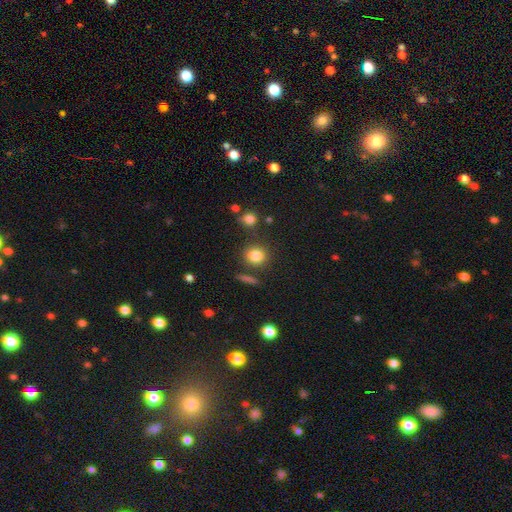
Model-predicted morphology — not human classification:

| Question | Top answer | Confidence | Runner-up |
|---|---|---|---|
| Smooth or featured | smooth | 82% | star or artifact (11%) |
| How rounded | round | 80% | in between (18%) |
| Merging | none | 81% | minor disturbance (10%) |